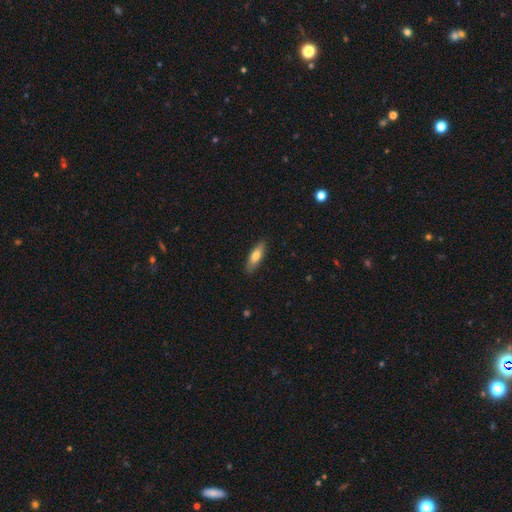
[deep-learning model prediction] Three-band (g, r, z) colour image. It shows a smooth galaxy with no disk features (73%) that is in between round and cigar-shaped (55%). Merging: none (87%).